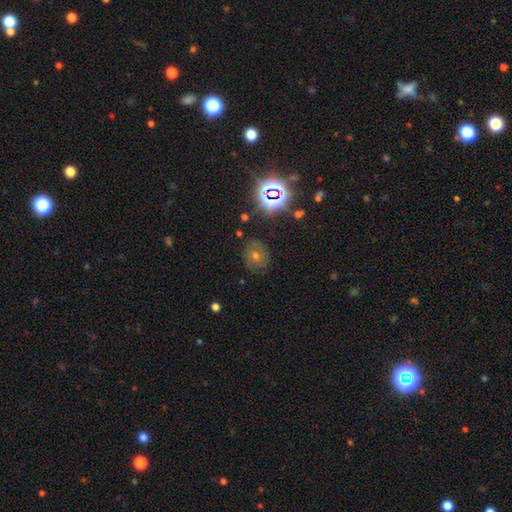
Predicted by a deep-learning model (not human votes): This appears to be a star or artifact, not a galaxy (42%).